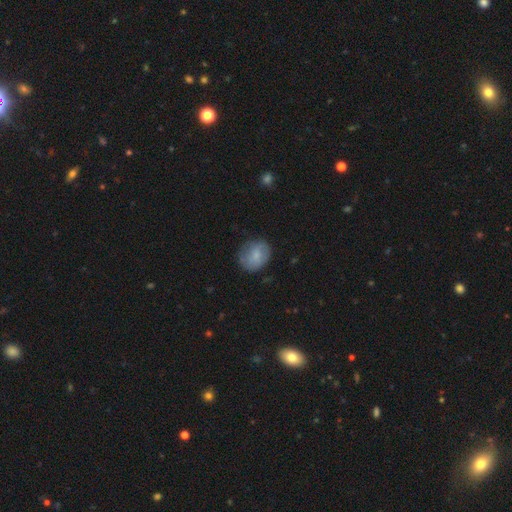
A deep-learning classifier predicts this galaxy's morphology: Q: Smooth or featured?
A: smooth (69%); runner-up: featured or disk (24%)
Q: How rounded?
A: round (60%); runner-up: in between (39%)
Q: Merging?
A: none (71%); runner-up: minor disturbance (21%)